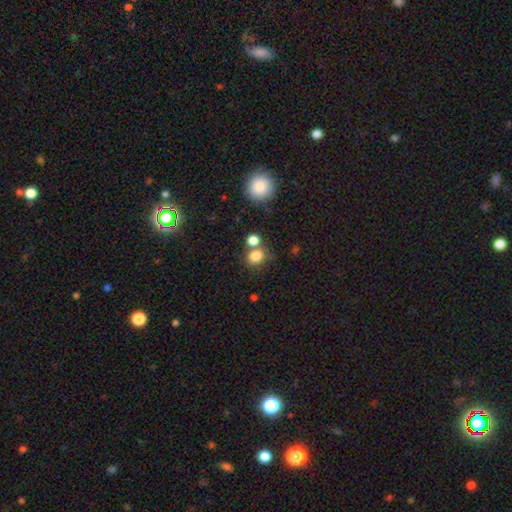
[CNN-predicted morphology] smooth-or-featured: smooth: 81% | star or artifact: 12% | featured or disk: 7%
  how-rounded: round: 62% | in between: 37% | cigar-shaped: 1%
  merging: none: 59% | merger: 26% | minor disturbance: 11% | major disturbance: 4%